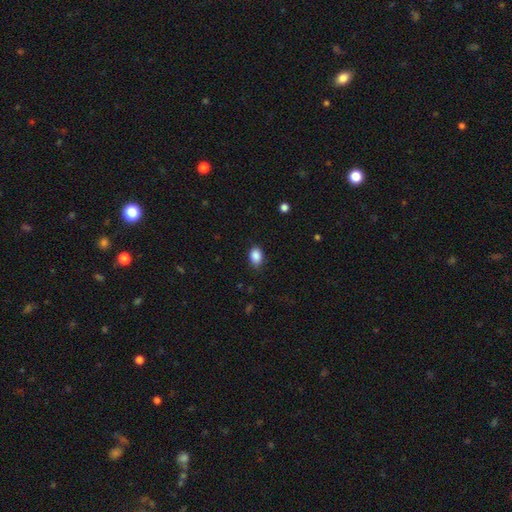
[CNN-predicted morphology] Smooth or featured?
  - smooth: 88% *
  - star or artifact: 8%
  - featured or disk: 4%
How rounded?
  - in between: 76% *
  - round: 23%
  - cigar-shaped: 1%
Merging?
  - none: 79% *
  - minor disturbance: 17%
  - major disturbance: 3%
  - merger: 1%